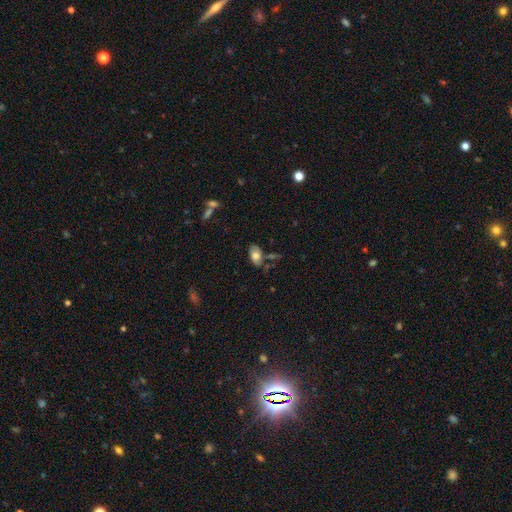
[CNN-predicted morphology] This is likely a smooth galaxy (71%). How rounded: clearly in between (93%). Merging: likely none (64%).